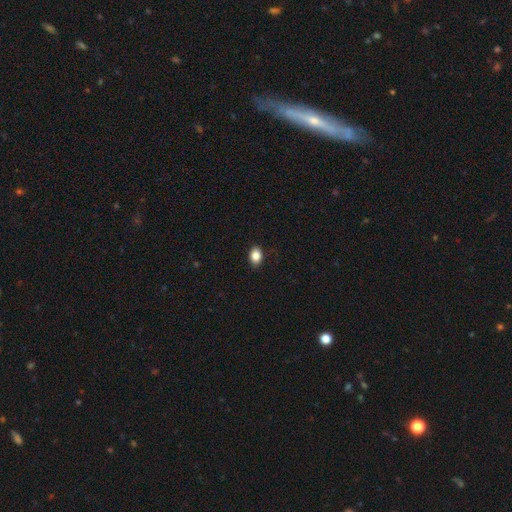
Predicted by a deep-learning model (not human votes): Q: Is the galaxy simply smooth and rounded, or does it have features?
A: smooth — 85%.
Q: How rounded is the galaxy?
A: in between — 77%.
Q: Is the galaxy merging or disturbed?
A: none — 89%.